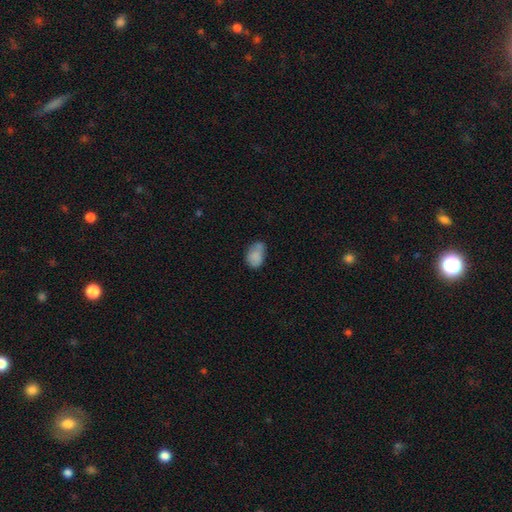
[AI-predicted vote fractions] A smooth galaxy with no disk features (79%) that is in between round and cigar-shaped (81%). Merging: none (42%).